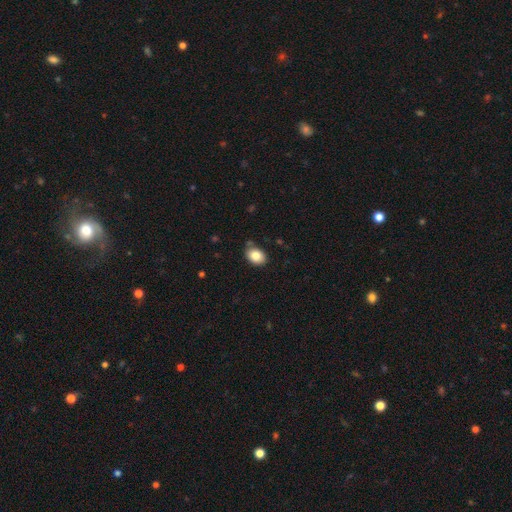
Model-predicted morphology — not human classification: A smooth galaxy with no disk features (83%) that is in between round and cigar-shaped (74%). Merging: none (79%).